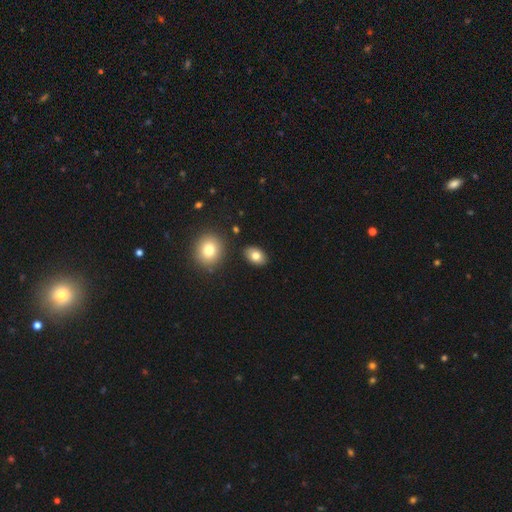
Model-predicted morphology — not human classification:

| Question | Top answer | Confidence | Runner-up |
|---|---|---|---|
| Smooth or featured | smooth | 79% | featured or disk (12%) |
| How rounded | in between | 83% | round (16%) |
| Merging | none | 85% | minor disturbance (9%) |